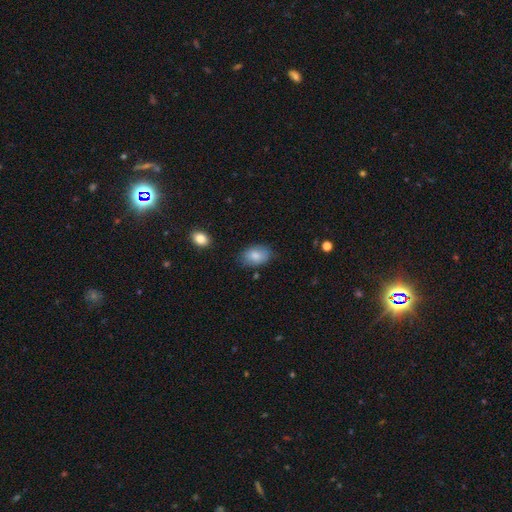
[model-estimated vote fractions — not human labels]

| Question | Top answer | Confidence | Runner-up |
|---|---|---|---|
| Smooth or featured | smooth | 83% | featured or disk (10%) |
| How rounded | in between | 86% | round (13%) |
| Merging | none | 79% | minor disturbance (16%) |